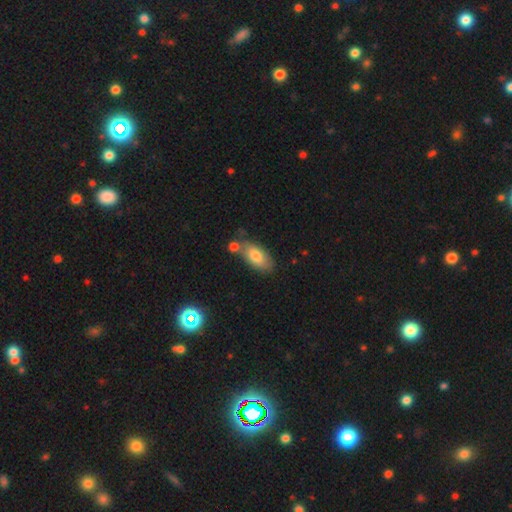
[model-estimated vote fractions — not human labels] Smooth or featured? smooth (76%)
How rounded? in between (88%)
Merging? none (59%)